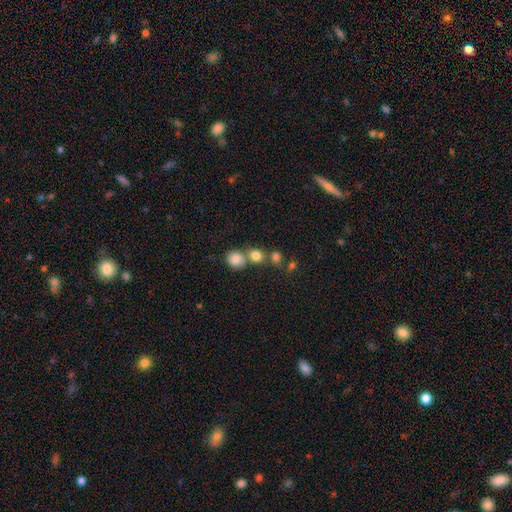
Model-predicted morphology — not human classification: Smooth or featured? Predicted: smooth (p=0.80). How rounded? Predicted: round (p=0.81). Merging? Predicted: none (p=0.53).